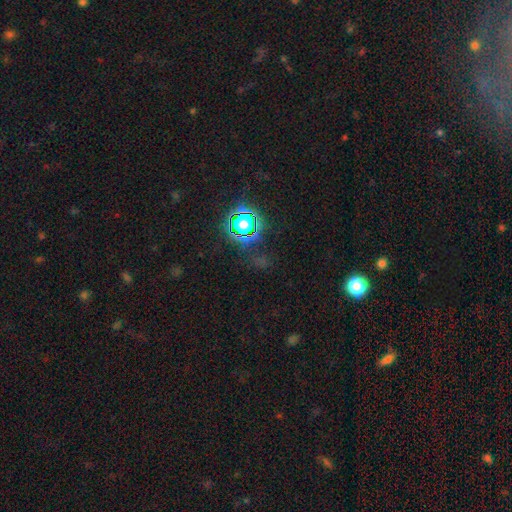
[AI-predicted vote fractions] Q: Smooth or featured?
A: star or artifact (76%); runner-up: smooth (16%)